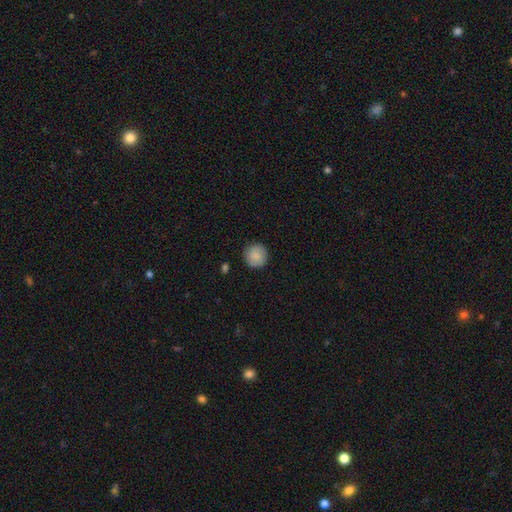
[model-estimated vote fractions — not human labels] smooth 87%, star or artifact 7%, featured or disk 6%. Down the decision tree: how rounded — round (94%); merging — none (89%).